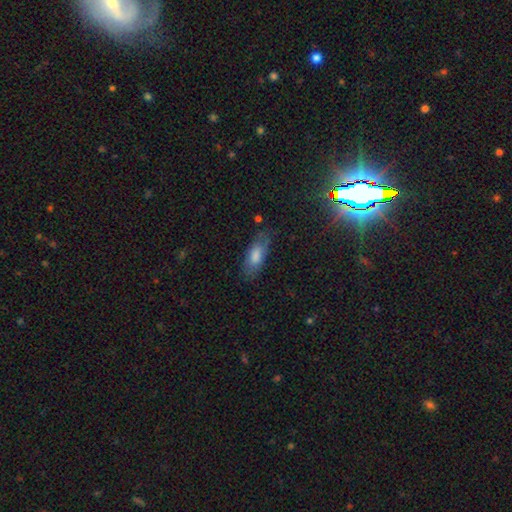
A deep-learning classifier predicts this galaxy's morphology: This is likely a smooth galaxy (72%). How rounded: likely in between (76%). Merging: likely none (72%).